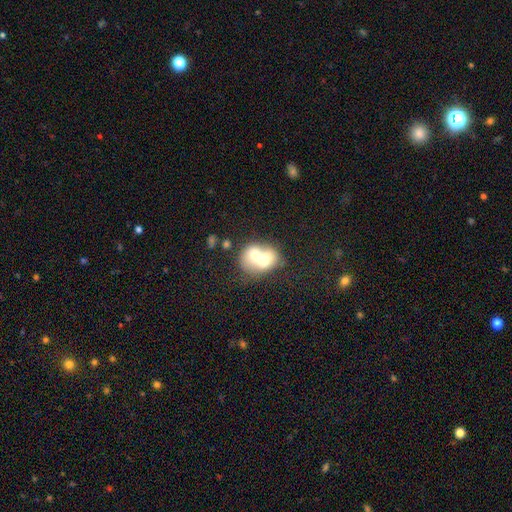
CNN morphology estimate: Smooth or featured? smooth (60%)
How rounded? round (55%)
Merging? merger (75%)